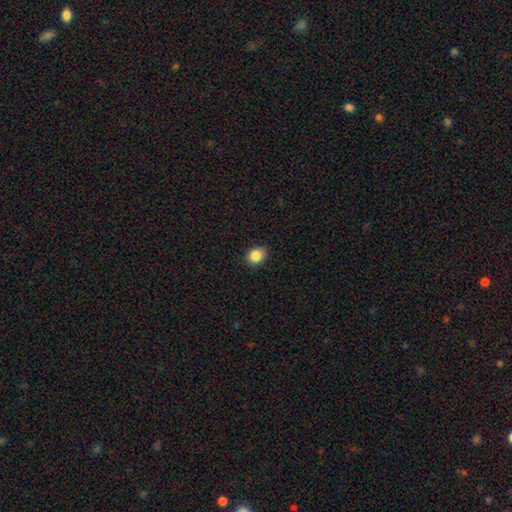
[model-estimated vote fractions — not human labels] Overall: smooth (86%). How rounded: in between (51%; round 48%). Merging: none (88%).